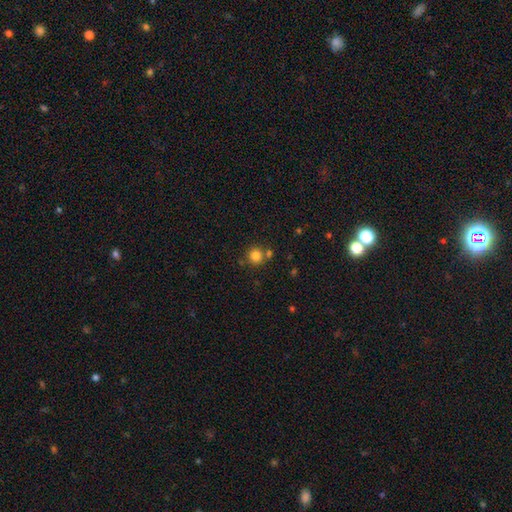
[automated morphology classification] Smooth or featured? Predicted: smooth (p=0.82). How rounded? Predicted: round (p=0.92). Merging? Predicted: none (p=0.74).